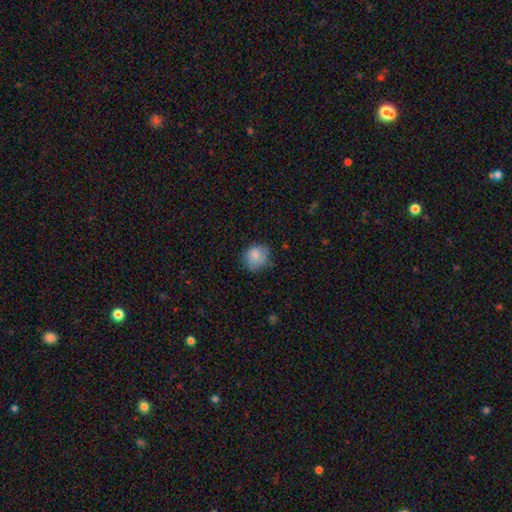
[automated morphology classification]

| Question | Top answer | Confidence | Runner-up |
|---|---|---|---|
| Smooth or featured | smooth | 83% | star or artifact (9%) |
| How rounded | round | 78% | in between (21%) |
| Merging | none | 69% | minor disturbance (24%) |